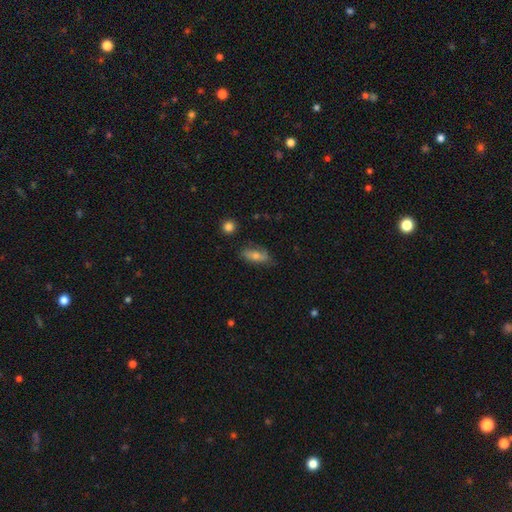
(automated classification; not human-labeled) Smooth or featured? Predicted: smooth (p=0.54). How rounded? Predicted: in between (p=0.69). Merging? Predicted: none (p=0.74).